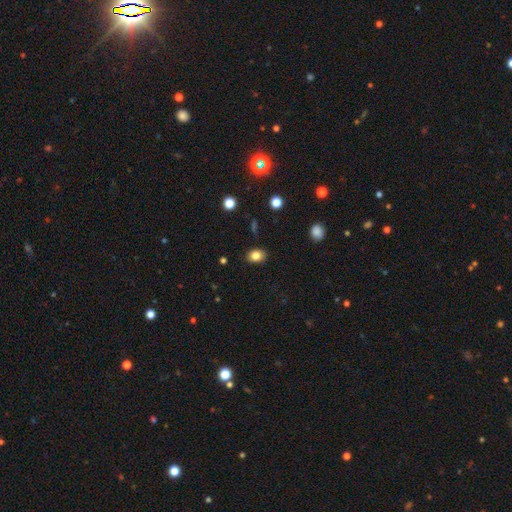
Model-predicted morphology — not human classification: This appears to be a smooth galaxy with no disk features (82%) that is in between round and cigar-shaped (66%). Merging: none (85%).